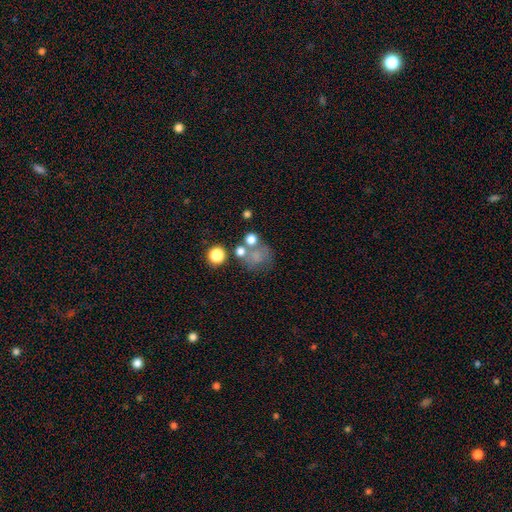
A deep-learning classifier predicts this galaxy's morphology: type=smooth (63%); roundness=round (77%); merging=none (46%).